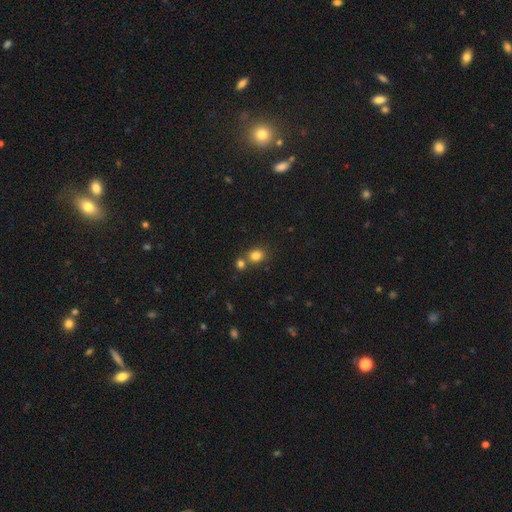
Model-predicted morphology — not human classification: smooth_or_featured: smooth (p=0.81) [alt: star or artifact p=0.12]
how_rounded: round (p=0.66) [alt: in between p=0.33]
merging: none (p=0.59) [alt: merger p=0.30]